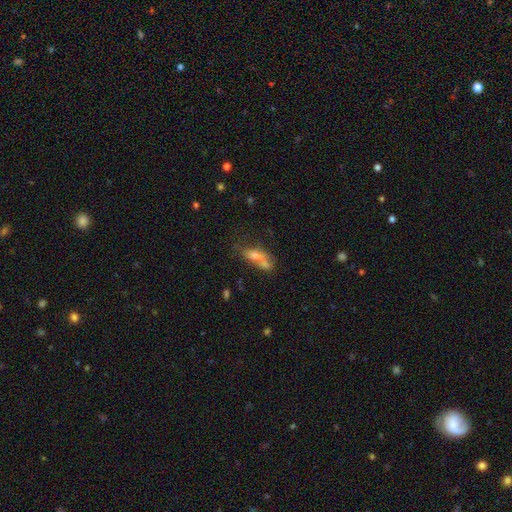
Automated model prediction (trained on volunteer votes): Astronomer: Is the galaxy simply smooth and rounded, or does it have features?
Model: smooth — 61%.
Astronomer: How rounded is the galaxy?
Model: in between — 69%.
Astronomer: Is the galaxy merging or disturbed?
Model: merger — 50% (runner-up: none, 27%).